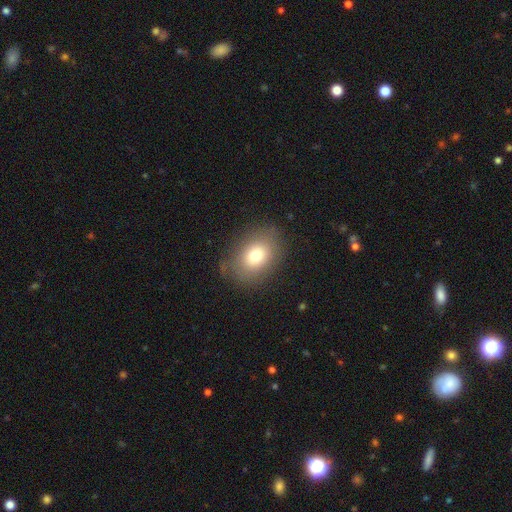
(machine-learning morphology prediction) This is likely a smooth galaxy (75%). How rounded: likely in between (67%). Merging: clearly none (80%).